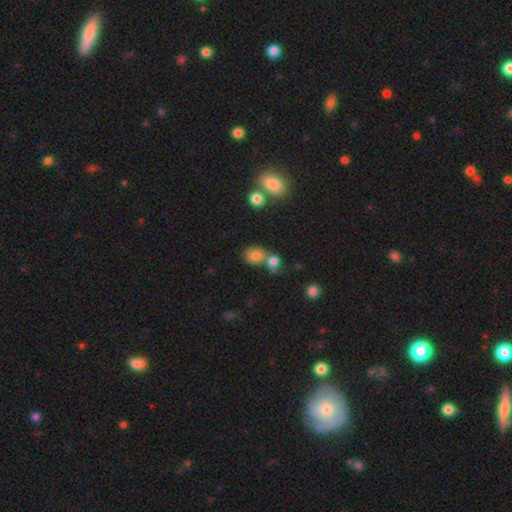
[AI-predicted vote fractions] This appears to be a smooth galaxy with no disk features (78%) that is round (61%). Merging: none (47%).